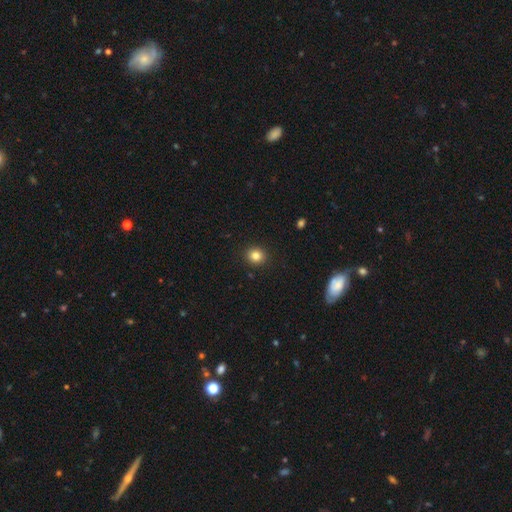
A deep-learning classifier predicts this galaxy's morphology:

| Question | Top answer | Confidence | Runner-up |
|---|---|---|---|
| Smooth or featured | smooth | 82% | star or artifact (12%) |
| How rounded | round | 85% | in between (15%) |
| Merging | none | 91% | minor disturbance (6%) |